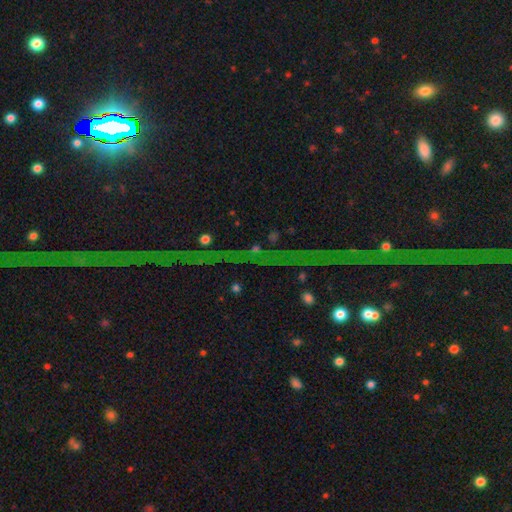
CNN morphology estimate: Smooth or featured: star or artifact — 85% (featured or disk — 8%)